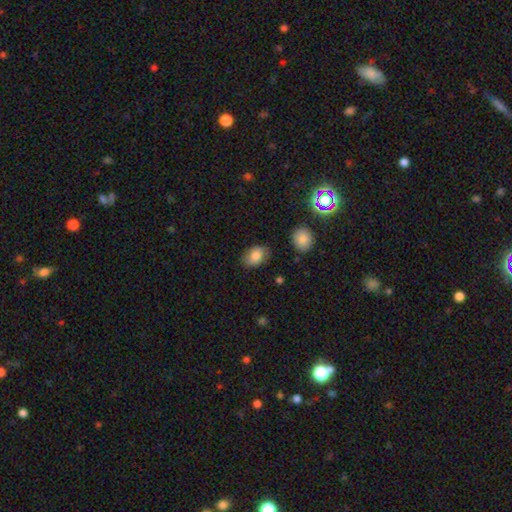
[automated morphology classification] Smooth or featured?
  - smooth: 82% *
  - featured or disk: 10%
  - star or artifact: 8%
How rounded?
  - in between: 83% *
  - round: 16%
  - cigar-shaped: 1%
Merging?
  - none: 80% *
  - minor disturbance: 15%
  - major disturbance: 3%
  - merger: 2%